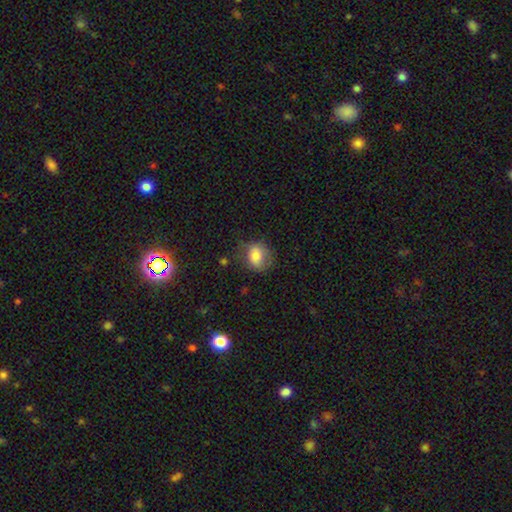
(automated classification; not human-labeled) Overall: smooth (74%). How rounded: round (55%; in between 44%). Merging: none (65%).